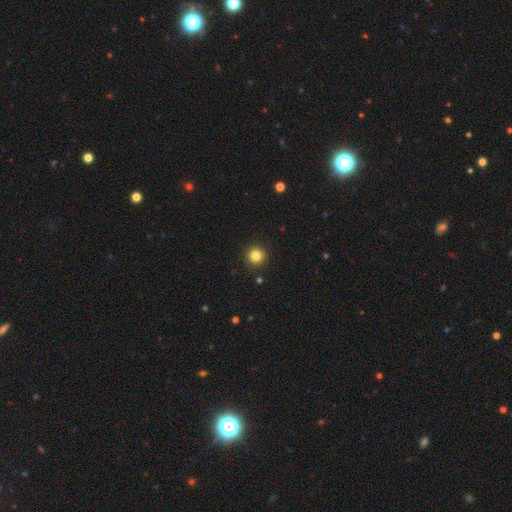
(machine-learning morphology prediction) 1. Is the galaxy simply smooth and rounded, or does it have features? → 84% smooth, 12% star or artifact, 5% featured or disk.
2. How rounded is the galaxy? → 95% round, 4% in between, 1% cigar-shaped.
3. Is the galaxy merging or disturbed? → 92% none, 5% minor disturbance, 2% major disturbance, 1% merger.